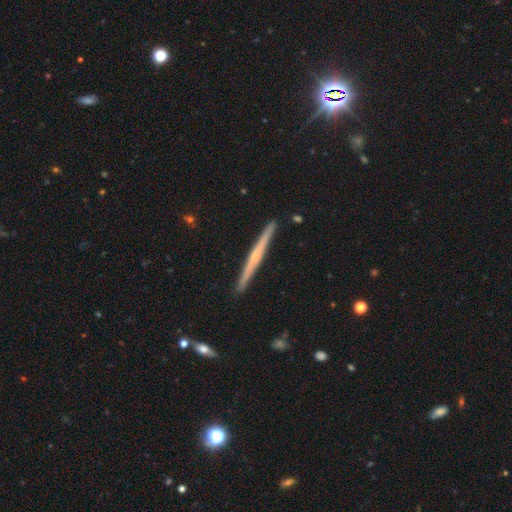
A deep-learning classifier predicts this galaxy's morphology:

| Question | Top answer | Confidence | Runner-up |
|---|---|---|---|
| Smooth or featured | featured or disk | 69% | smooth (25%) |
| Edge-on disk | yes | 98% | no (2%) |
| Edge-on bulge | rounded | 47% | none (46%) |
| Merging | none | 92% | minor disturbance (6%) |